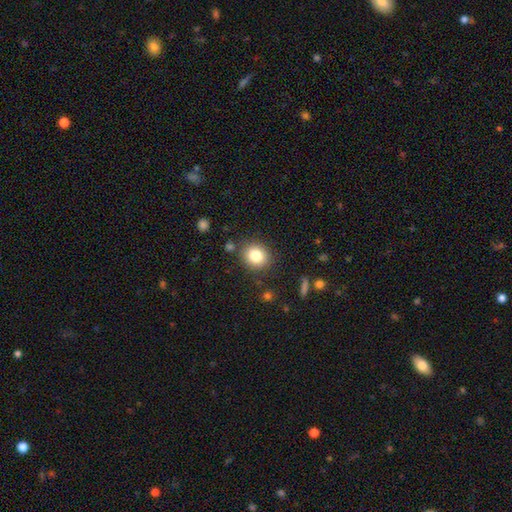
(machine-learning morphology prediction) Smooth or featured: smooth — 81% (star or artifact — 11%)
How rounded: round — 78% (in between — 21%)
Merging: none — 85% (minor disturbance — 9%)